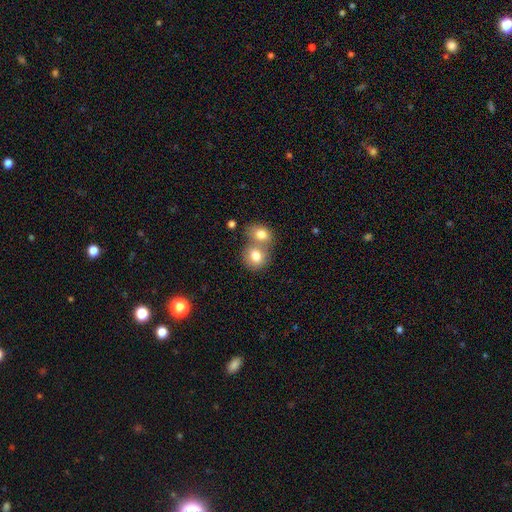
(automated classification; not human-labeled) Smooth or featured?
  - smooth: 79% *
  - featured or disk: 13%
  - star or artifact: 8%
How rounded?
  - round: 66% *
  - in between: 33%
  - cigar-shaped: 1%
Merging?
  - merger: 58% *
  - none: 32%
  - minor disturbance: 7%
  - major disturbance: 3%